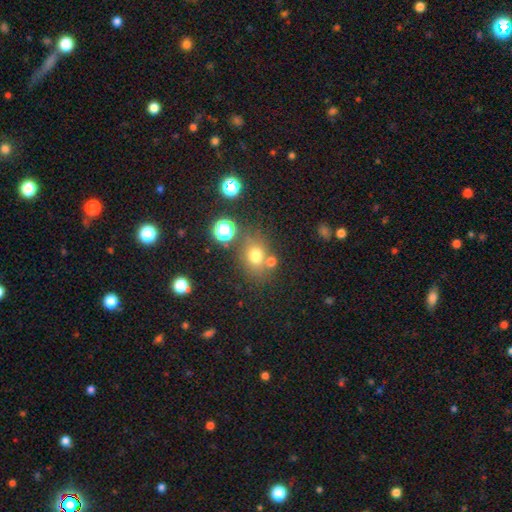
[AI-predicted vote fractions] This is likely a smooth galaxy (71%). How rounded: likely round (60%). Merging: likely none (68%).